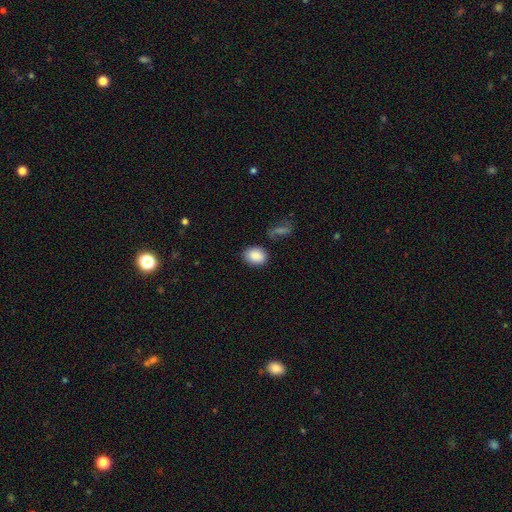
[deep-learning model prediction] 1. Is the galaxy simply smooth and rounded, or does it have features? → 88% smooth, 8% star or artifact, 4% featured or disk.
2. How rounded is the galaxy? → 63% in between, 36% round, 1% cigar-shaped.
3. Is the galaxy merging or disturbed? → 78% none, 13% minor disturbance, 4% merger, 4% major disturbance.